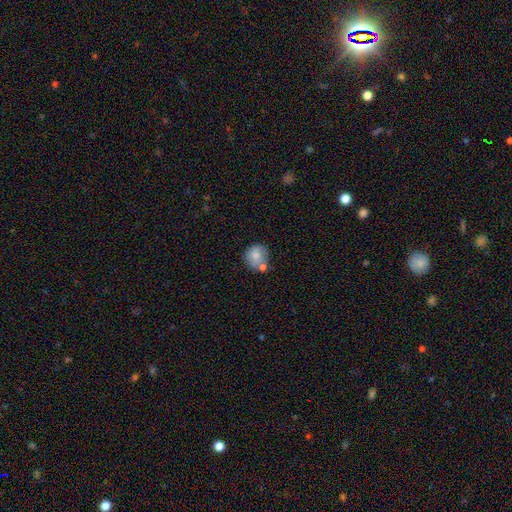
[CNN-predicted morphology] Overall: smooth (77%). How rounded: round (88%). Merging: none (59%; merger 21%).